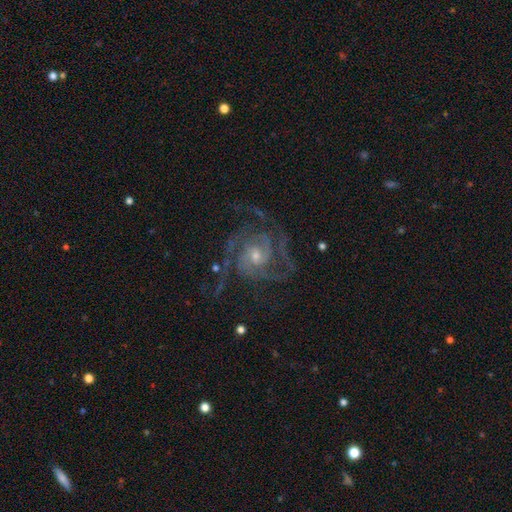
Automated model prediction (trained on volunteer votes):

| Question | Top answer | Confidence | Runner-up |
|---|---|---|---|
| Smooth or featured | featured or disk | 89% | star or artifact (6%) |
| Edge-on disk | no | 98% | yes (2%) |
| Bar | no | 62% | weak (31%) |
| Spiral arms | yes | 97% | no (3%) |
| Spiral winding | tight | 45% | tied: medium (45%) |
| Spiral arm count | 3 | 30% | 2 (23%) |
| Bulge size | small | 58% | moderate (37%) |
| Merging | none | 66% | major disturbance (17%) |